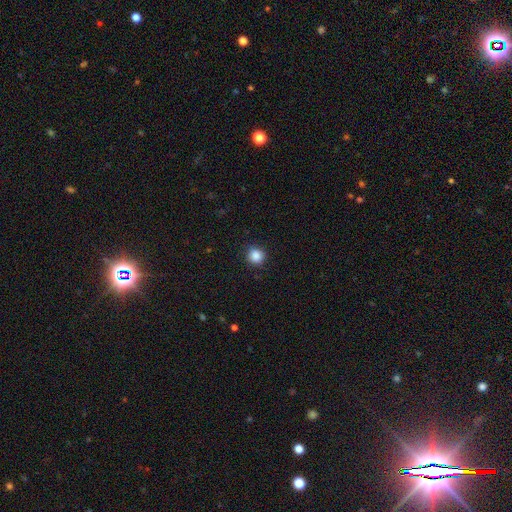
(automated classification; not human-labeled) Smooth or featured? smooth (87%)
How rounded? round (90%)
Merging? none (89%)